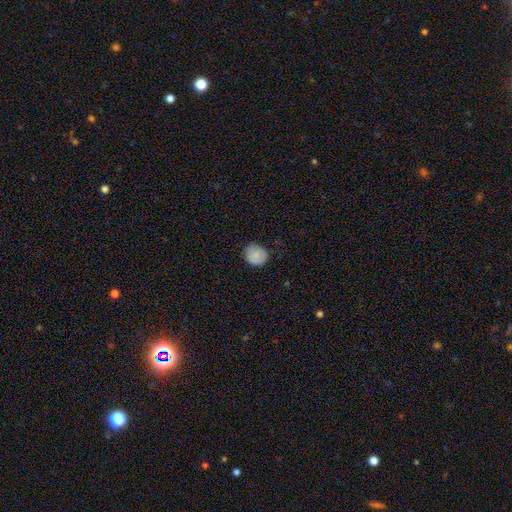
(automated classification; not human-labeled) This appears to be a smooth galaxy with no disk features (81%) that is round (80%). Merging: none (77%).